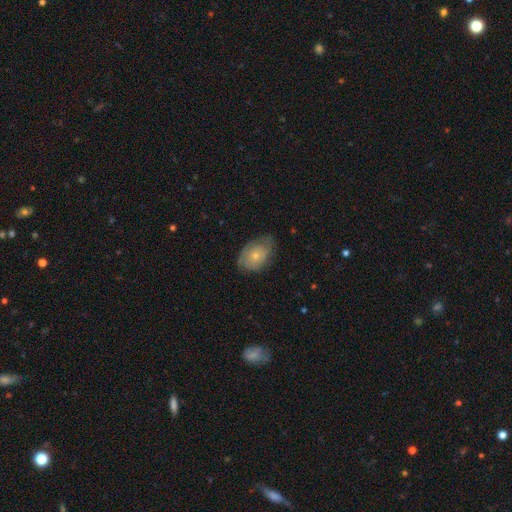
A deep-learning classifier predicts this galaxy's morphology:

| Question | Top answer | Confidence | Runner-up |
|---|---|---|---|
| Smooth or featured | smooth | 60% | featured or disk (33%) |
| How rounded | in between | 81% | round (18%) |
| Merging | none | 59% | minor disturbance (31%) |